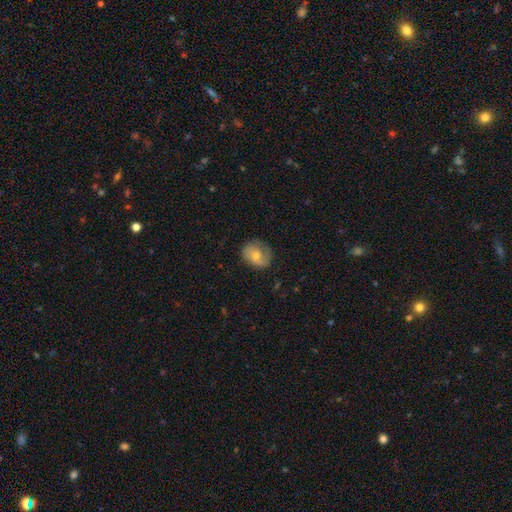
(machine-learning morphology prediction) This is possibly a featured or disk galaxy (46%). Merging: likely none (69%).